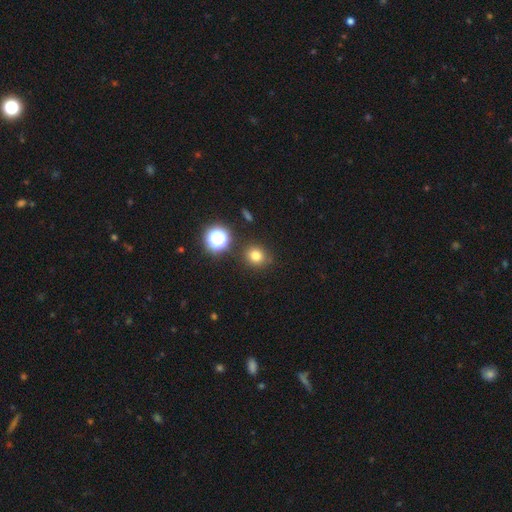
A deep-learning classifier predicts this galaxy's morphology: smooth-or-featured: smooth: 76% | star or artifact: 17% | featured or disk: 7%
  how-rounded: round: 83% | in between: 16% | cigar-shaped: 1%
  merging: none: 84% | minor disturbance: 9% | merger: 4% | major disturbance: 3%